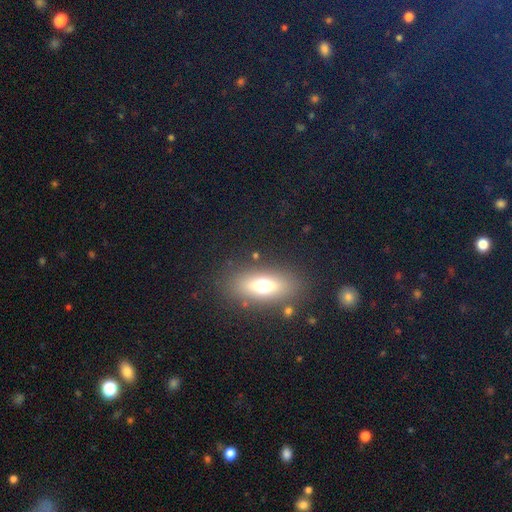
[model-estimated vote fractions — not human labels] Q: Smooth or featured?
A: smooth (65%); runner-up: featured or disk (23%)
Q: How rounded?
A: in between (74%); runner-up: cigar-shaped (20%)
Q: Merging?
A: none (84%); runner-up: minor disturbance (10%)